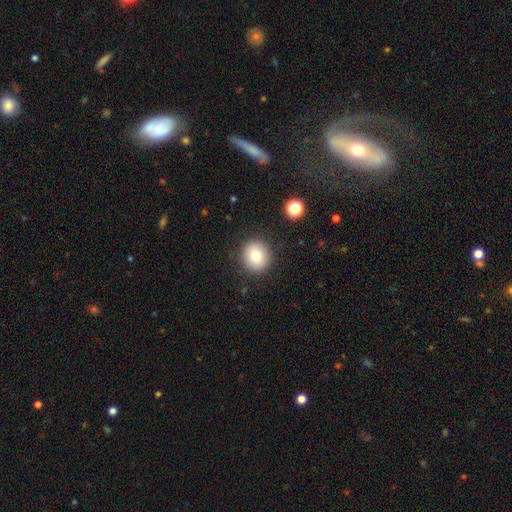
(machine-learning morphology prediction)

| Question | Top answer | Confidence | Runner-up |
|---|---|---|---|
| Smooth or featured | smooth | 78% | star or artifact (11%) |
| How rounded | round | 89% | in between (10%) |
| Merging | none | 89% | minor disturbance (7%) |